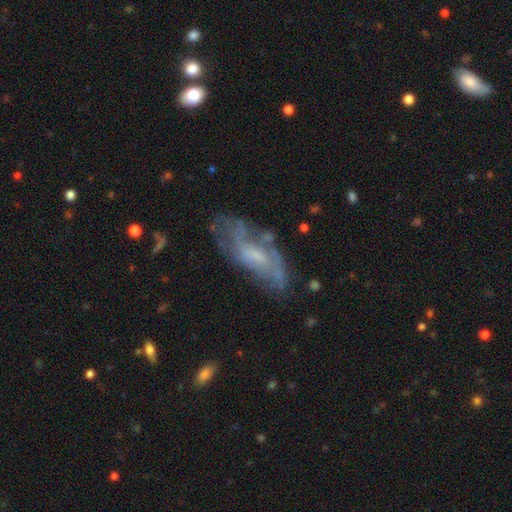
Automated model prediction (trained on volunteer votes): featured or disk 68%, smooth 24%, star or artifact 8%. Down the decision tree: edge-on disk — no (87%); bar — no (53%); spiral arms — yes (69%); bulge size — small (41%); merging — none (56%).